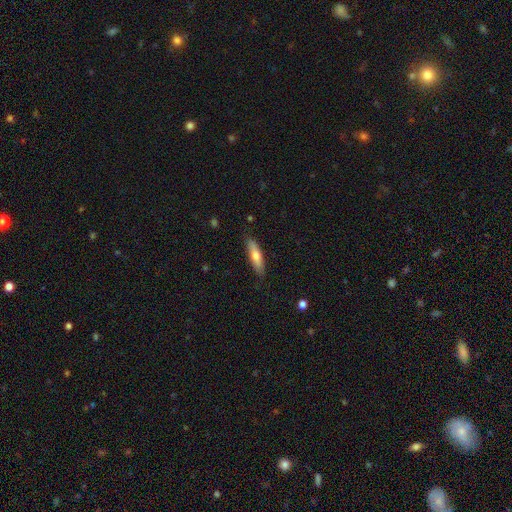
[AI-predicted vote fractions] Smooth or featured? smooth (64%)
How rounded? cigar-shaped (70%)
Merging? none (84%)